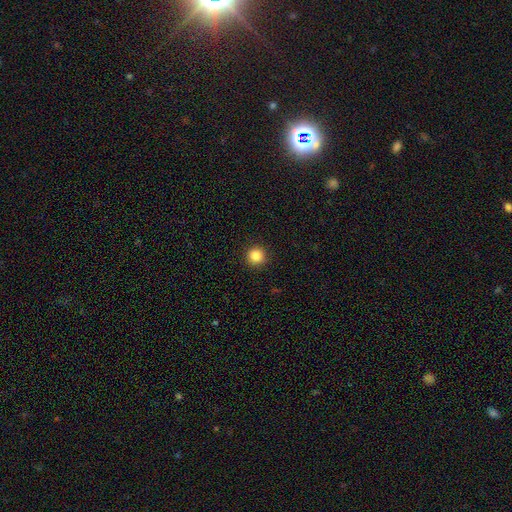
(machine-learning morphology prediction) A smooth galaxy with no disk features (85%) that is round (95%). Merging: none (93%).